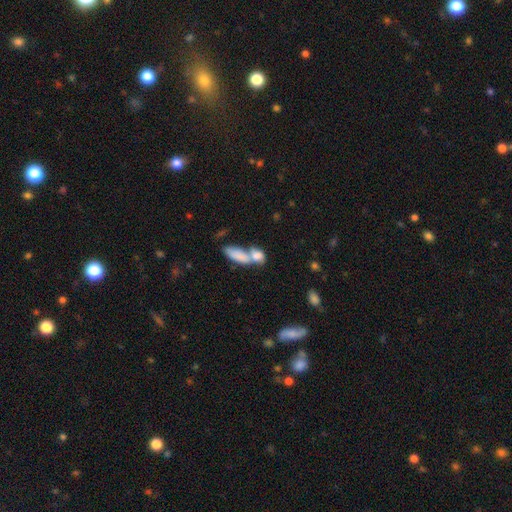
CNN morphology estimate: Overall: smooth (79%). How rounded: in between (69%). Merging: merger (63%; none 24%).